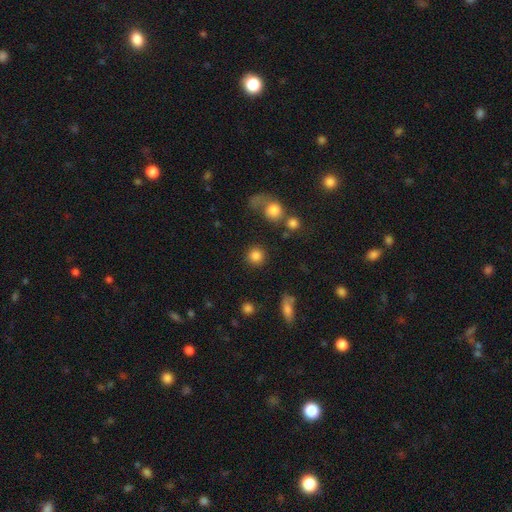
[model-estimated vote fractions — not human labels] This is clearly a smooth galaxy (84%). How rounded: clearly round (92%). Merging: clearly none (86%).